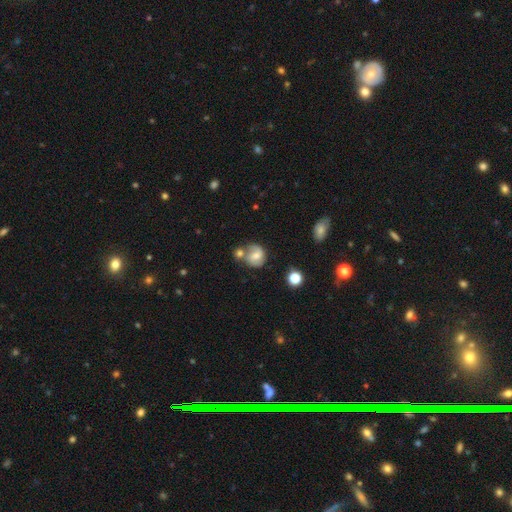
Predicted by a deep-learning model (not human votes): This appears to be a smooth galaxy with no disk features (45%, tied with featured or disk). Merging: none (49%).